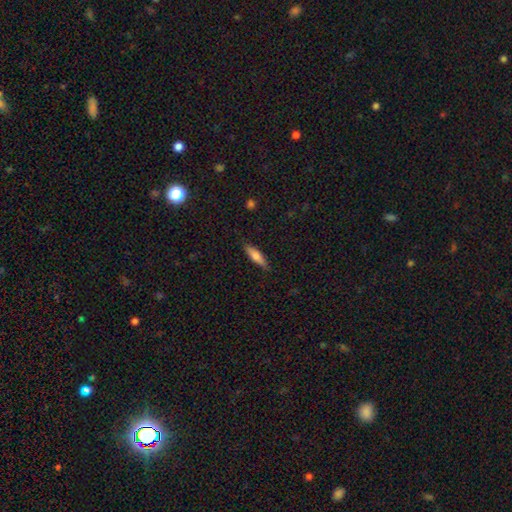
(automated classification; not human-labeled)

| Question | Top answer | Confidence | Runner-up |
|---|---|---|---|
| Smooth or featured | smooth | 70% | featured or disk (23%) |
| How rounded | cigar-shaped | 68% | in between (30%) |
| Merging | none | 85% | minor disturbance (11%) |